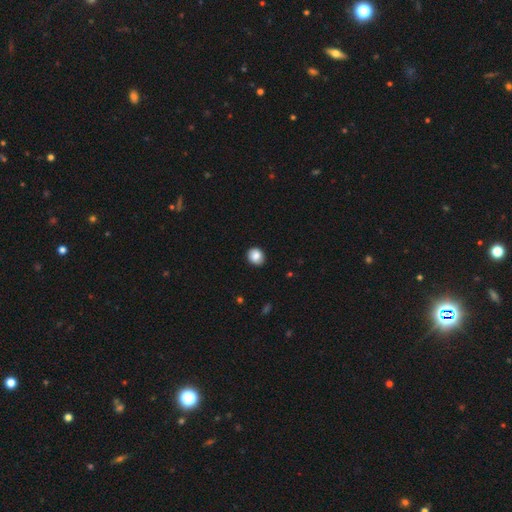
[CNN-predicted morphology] smooth 85%, star or artifact 8%, featured or disk 6%. Down the decision tree: how rounded — round (72%); merging — none (88%).